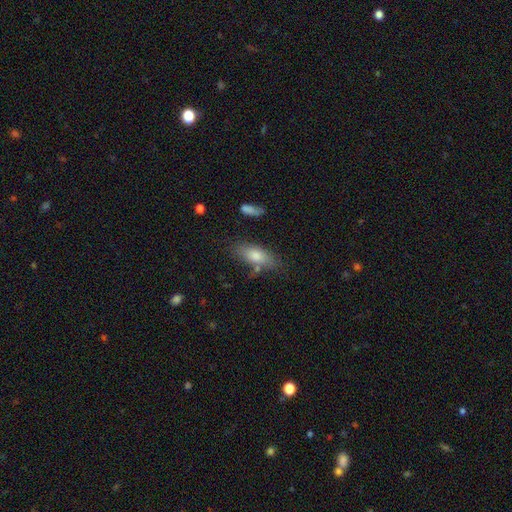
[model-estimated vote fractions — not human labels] A smooth galaxy with no disk features (74%) that is in between round and cigar-shaped (72%).

Vote fractions:
- Smooth or featured? smooth: 74% / featured or disk: 18% / star or artifact: 8%
- How rounded? in between: 72% / cigar-shaped: 25% / round: 3%
- Merging? none: 73% / minor disturbance: 16% / merger: 6% / major disturbance: 4%